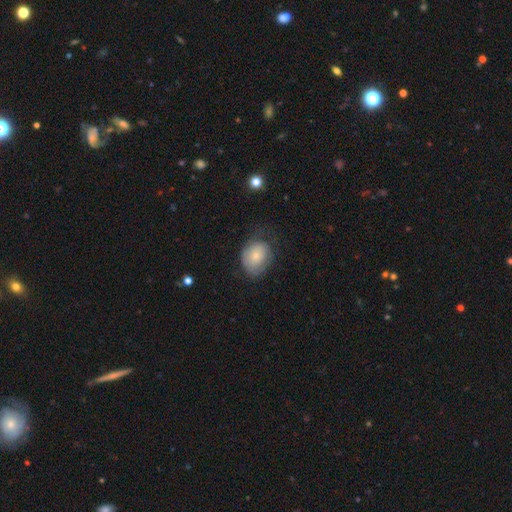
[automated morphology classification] Smooth or featured? Predicted: smooth (p=0.72). How rounded? Predicted: in between (p=0.57). Merging? Predicted: none (p=0.51).